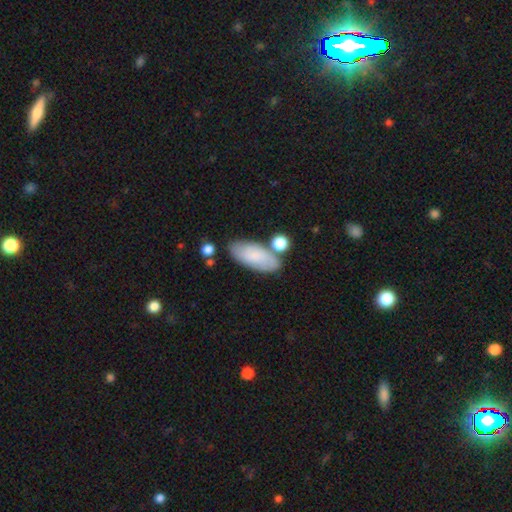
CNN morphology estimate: Smooth or featured: smooth — 72% (featured or disk — 21%)
How rounded: in between — 86% (cigar-shaped — 11%)
Merging: none — 67% (minor disturbance — 16%)